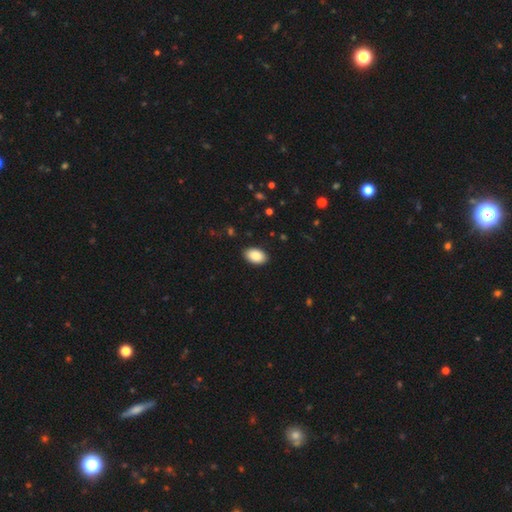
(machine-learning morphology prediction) A smooth galaxy with no disk features (89%) that is in between round and cigar-shaped (92%).

Vote fractions:
- Smooth or featured? smooth: 89% / star or artifact: 7% / featured or disk: 4%
- How rounded? in between: 92% / round: 7% / cigar-shaped: 1%
- Merging? none: 89% / minor disturbance: 8% / major disturbance: 2% / merger: 1%